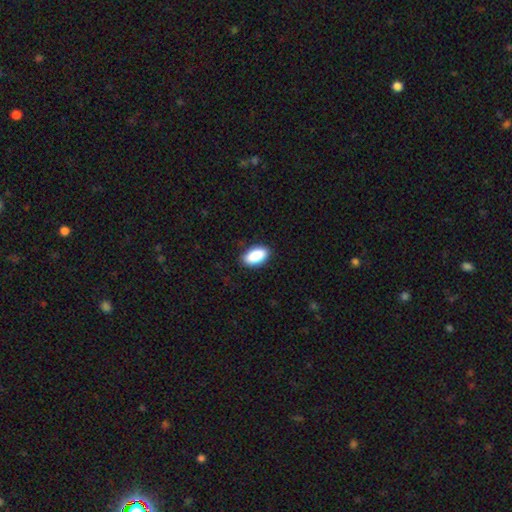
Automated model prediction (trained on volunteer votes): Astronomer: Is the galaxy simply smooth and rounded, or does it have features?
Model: smooth — 89%.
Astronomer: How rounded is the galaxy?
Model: in between — 93%.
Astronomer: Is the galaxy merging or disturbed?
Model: none — 88%.